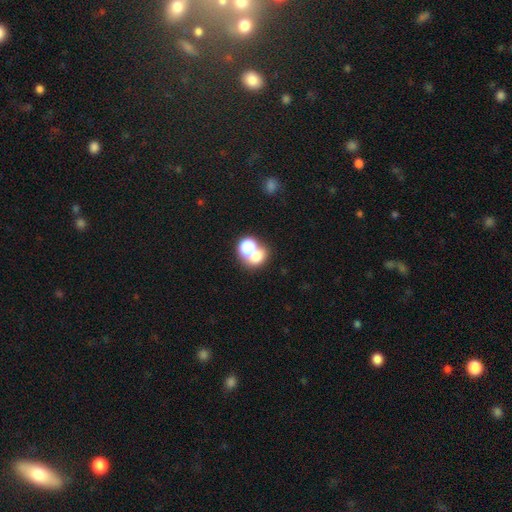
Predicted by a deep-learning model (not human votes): This appears to be a smooth galaxy with no disk features (64%) that is round (61%). Merging: merger (47%).